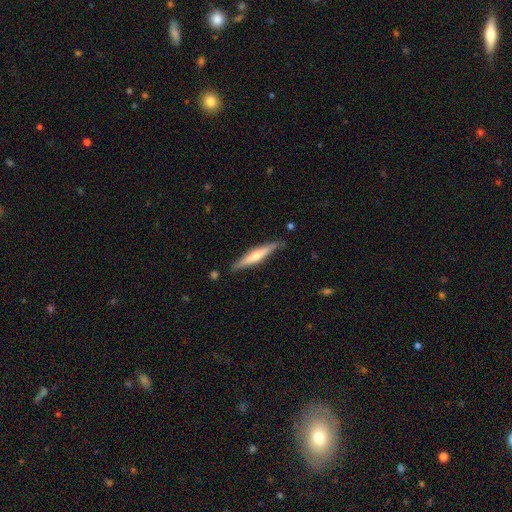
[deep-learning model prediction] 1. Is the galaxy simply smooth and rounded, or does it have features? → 55% featured or disk, 40% smooth, 5% star or artifact.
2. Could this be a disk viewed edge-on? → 94% yes, 6% no.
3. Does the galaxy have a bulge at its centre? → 77% rounded, 15% none, 8% boxy.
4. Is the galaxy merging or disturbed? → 82% none, 14% minor disturbance, 2% major disturbance, 2% merger.